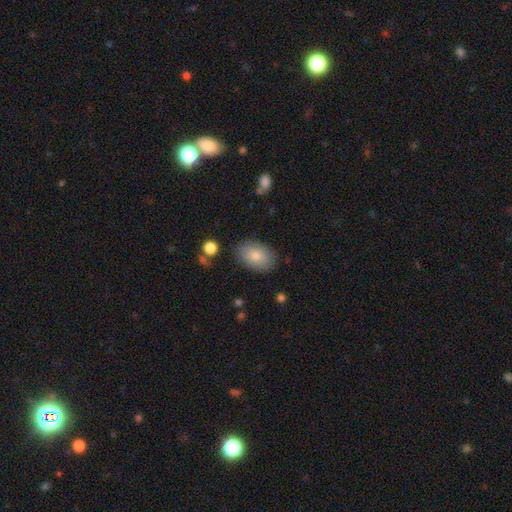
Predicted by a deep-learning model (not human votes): This is likely a smooth galaxy (79%). How rounded: clearly in between (88%). Merging: clearly none (84%).